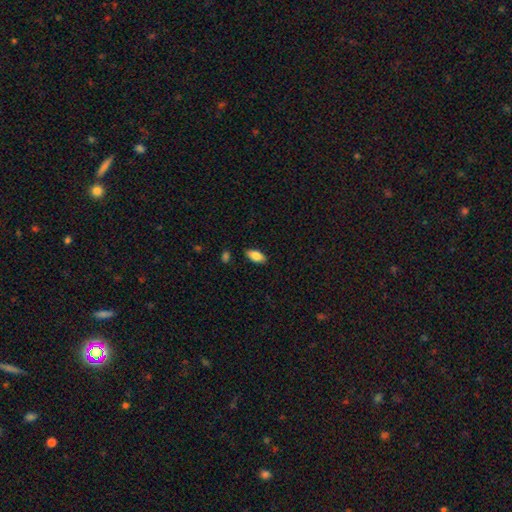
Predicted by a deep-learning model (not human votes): Smooth or featured: smooth — 84% (featured or disk — 10%)
How rounded: in between — 90% (cigar-shaped — 7%)
Merging: none — 86% (minor disturbance — 10%)